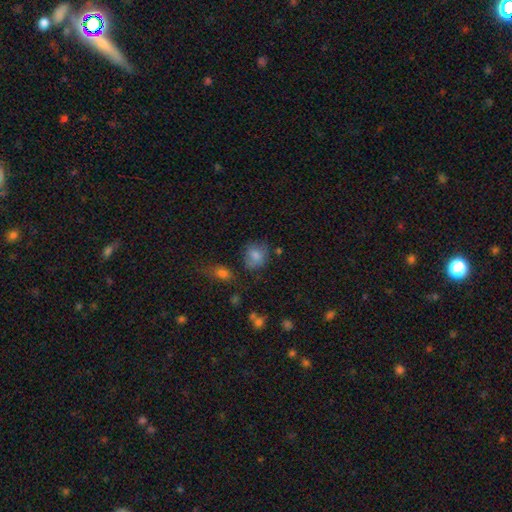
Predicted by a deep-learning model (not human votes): Smooth or featured? Predicted: smooth (p=0.78). How rounded? Predicted: round (p=0.64). Merging? Predicted: none (p=0.61).